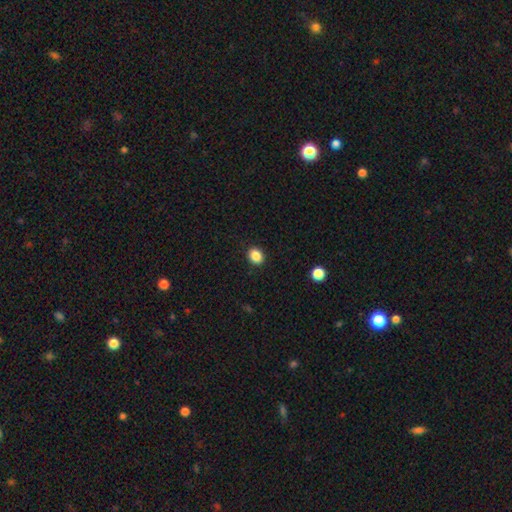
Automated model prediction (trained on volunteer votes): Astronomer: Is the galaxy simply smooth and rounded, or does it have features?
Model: smooth — 87%.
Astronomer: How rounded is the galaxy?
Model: round — 53% (runner-up: in between, 46%).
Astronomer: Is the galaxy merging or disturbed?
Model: none — 91%.